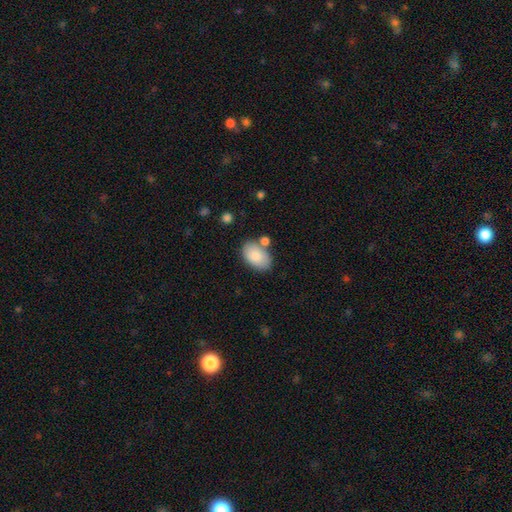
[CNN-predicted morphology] Smooth or featured? Predicted: smooth (p=0.85). How rounded? Predicted: in between (p=0.91). Merging? Predicted: none (p=0.69).